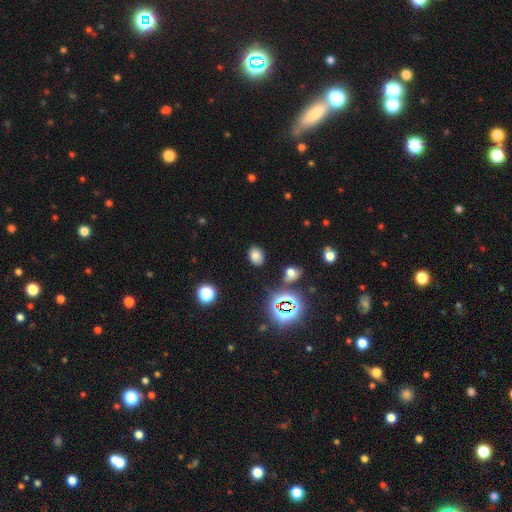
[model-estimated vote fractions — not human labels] This is likely a smooth galaxy (74%). How rounded: likely in between (69%). Merging: clearly none (84%).